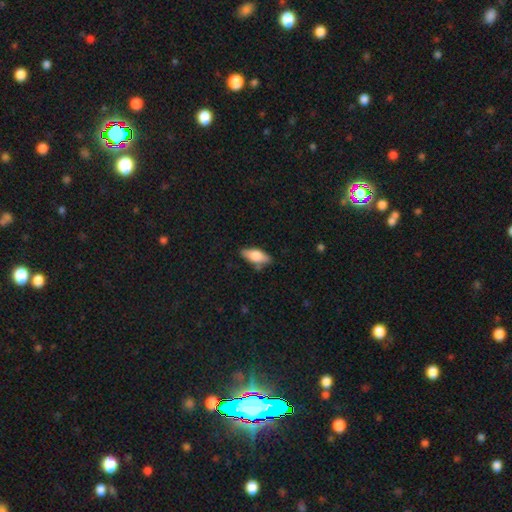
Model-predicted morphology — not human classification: smooth 75%, featured or disk 18%, star or artifact 6%. Down the decision tree: how rounded — in between (82%); merging — none (78%).